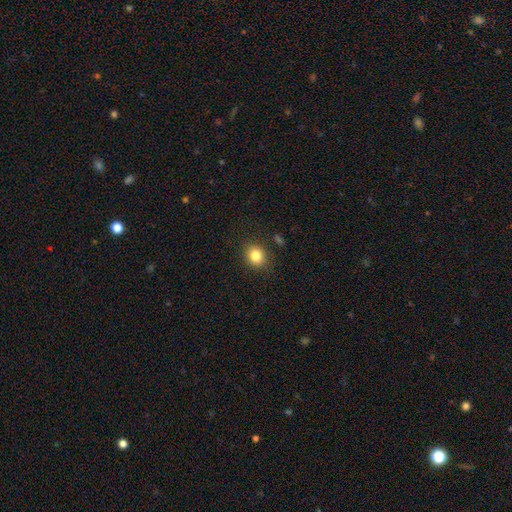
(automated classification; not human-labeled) smooth-or-featured: smooth: 83% | star or artifact: 10% | featured or disk: 7%
  how-rounded: round: 68% | in between: 32% | cigar-shaped: 1%
  merging: none: 87% | minor disturbance: 9% | major disturbance: 3% | merger: 2%